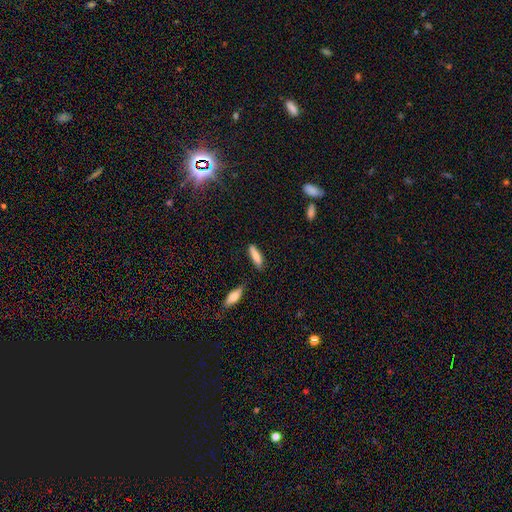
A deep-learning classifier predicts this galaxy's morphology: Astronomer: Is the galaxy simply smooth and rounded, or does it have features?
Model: smooth — 83%.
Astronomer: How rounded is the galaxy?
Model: cigar-shaped — 62%.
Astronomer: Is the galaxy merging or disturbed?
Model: none — 73%.